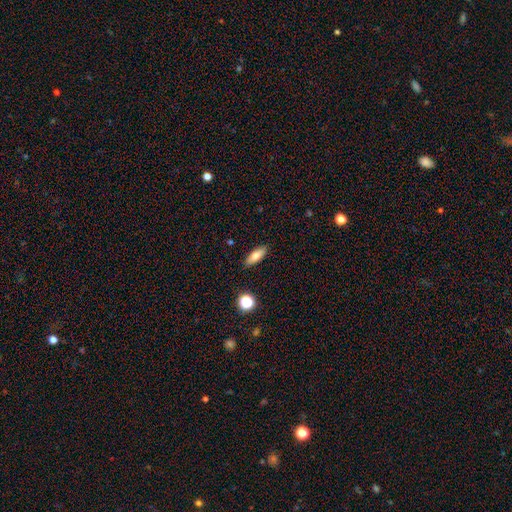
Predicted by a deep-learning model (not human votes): Smooth or featured: smooth — 75% (featured or disk — 16%)
How rounded: in between — 65% (cigar-shaped — 32%)
Merging: none — 87% (minor disturbance — 9%)